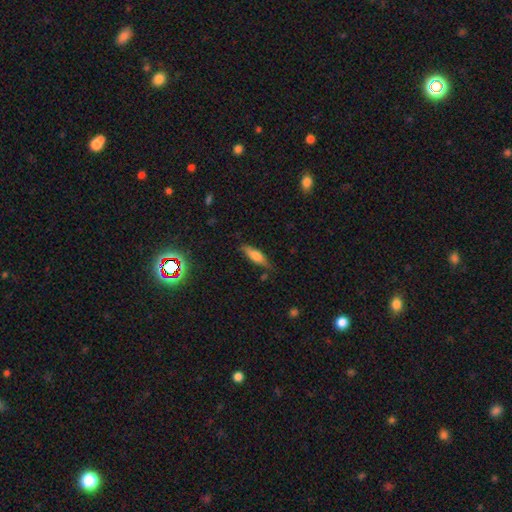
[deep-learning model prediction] Smooth or featured? smooth (59%)
How rounded? cigar-shaped (63%)
Merging? none (77%)